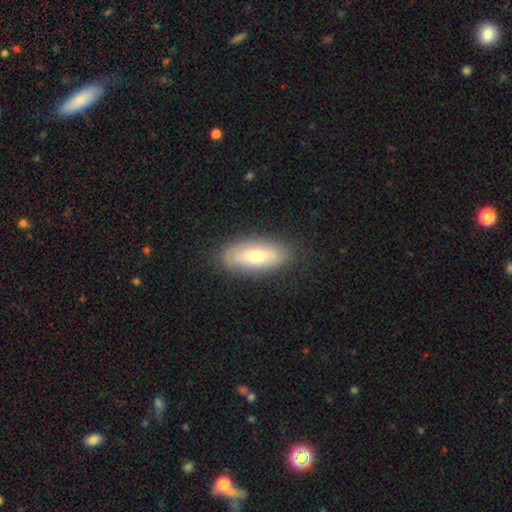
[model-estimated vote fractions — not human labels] Morphology: type=smooth (58%); roundness=in between (85%); merging=none (83%).